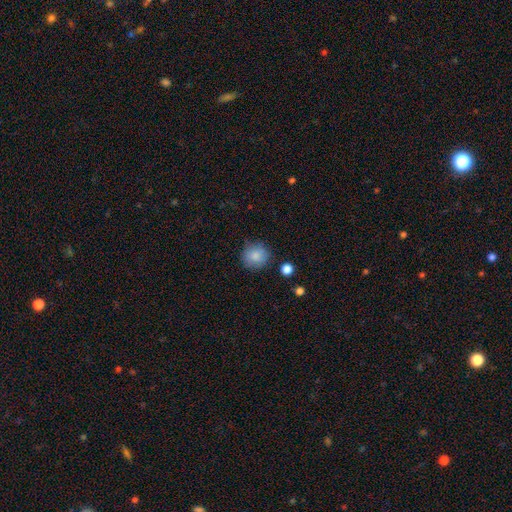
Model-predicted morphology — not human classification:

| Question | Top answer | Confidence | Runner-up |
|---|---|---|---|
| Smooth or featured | smooth | 85% | star or artifact (8%) |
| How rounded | round | 88% | in between (11%) |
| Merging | none | 82% | minor disturbance (13%) |